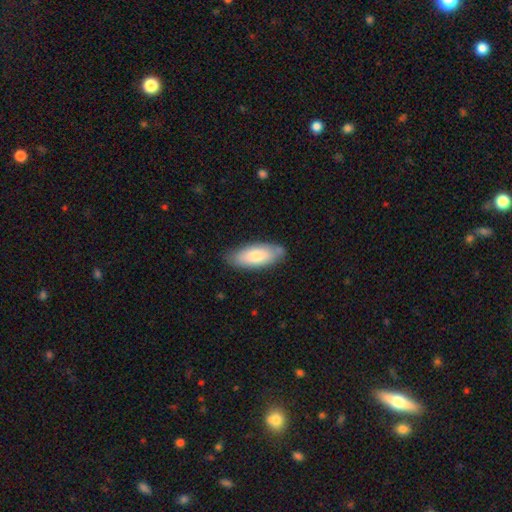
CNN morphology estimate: This is likely a smooth galaxy (74%). How rounded: clearly in between (84%). Merging: likely none (79%).